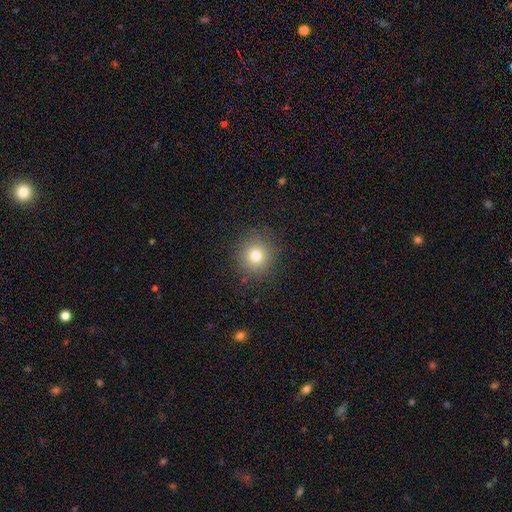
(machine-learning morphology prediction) Smooth or featured?
  - smooth: 76% *
  - star or artifact: 14%
  - featured or disk: 10%
How rounded?
  - round: 92% *
  - in between: 7%
  - cigar-shaped: 1%
Merging?
  - none: 87% *
  - minor disturbance: 8%
  - major disturbance: 3%
  - merger: 1%